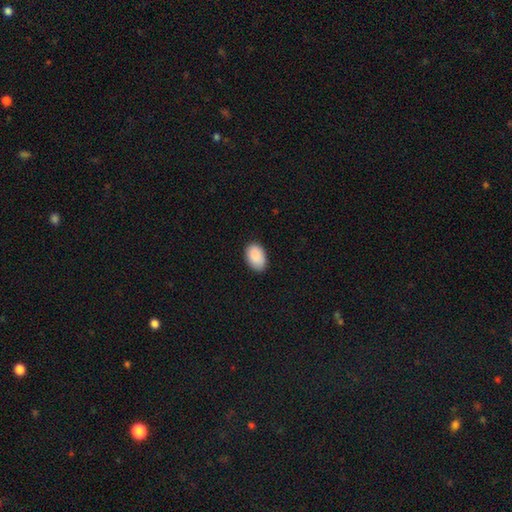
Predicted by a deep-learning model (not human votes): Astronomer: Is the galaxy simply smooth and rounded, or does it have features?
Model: smooth — 89%.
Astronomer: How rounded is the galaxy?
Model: in between — 92%.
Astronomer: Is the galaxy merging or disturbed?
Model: none — 85%.